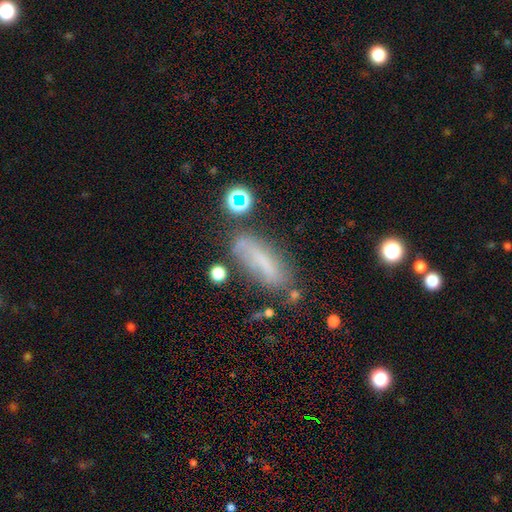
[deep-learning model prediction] smooth 54%, featured or disk 31%, star or artifact 15%. Down the decision tree: how rounded — in between (52%); merging — none (56%).